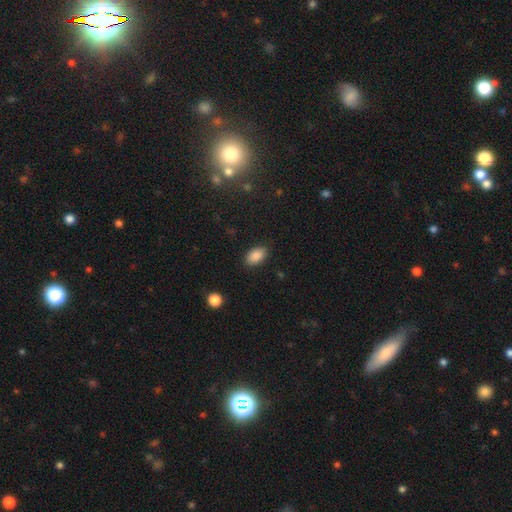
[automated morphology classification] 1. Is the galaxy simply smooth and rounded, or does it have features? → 87% smooth, 8% star or artifact, 5% featured or disk.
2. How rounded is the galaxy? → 92% in between, 6% round, 2% cigar-shaped.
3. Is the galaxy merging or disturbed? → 86% none, 10% minor disturbance, 3% major disturbance, 1% merger.